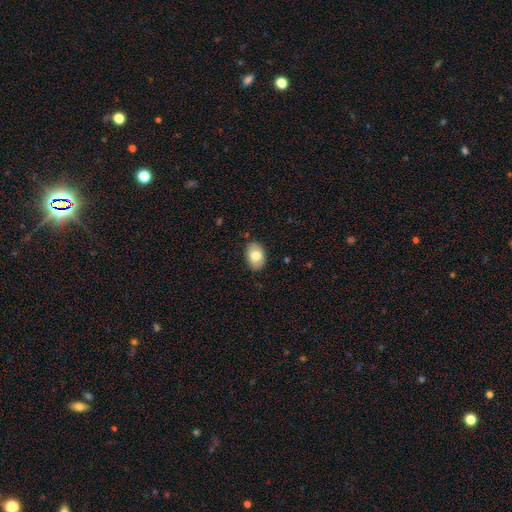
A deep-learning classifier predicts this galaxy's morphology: Smooth or featured? smooth (76%)
How rounded? in between (83%)
Merging? none (84%)